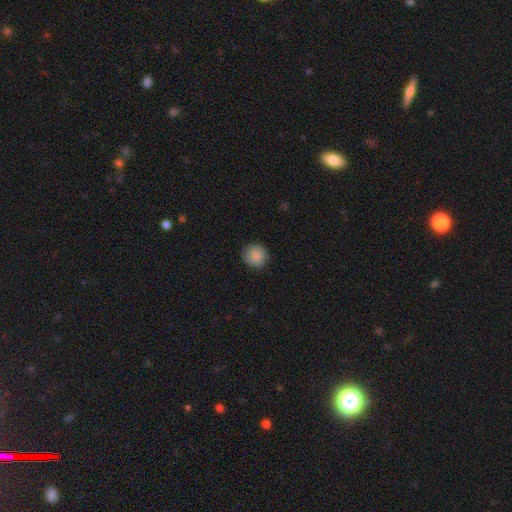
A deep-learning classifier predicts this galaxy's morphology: type=smooth (88%); roundness=round (92%); merging=none (88%).